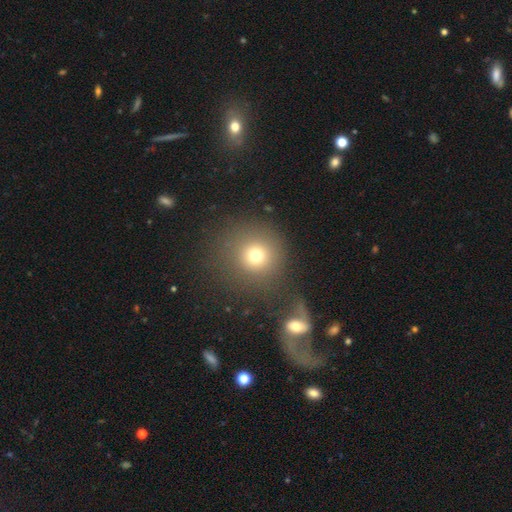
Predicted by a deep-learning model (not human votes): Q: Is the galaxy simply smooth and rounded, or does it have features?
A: smooth — 73%.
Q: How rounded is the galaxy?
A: round — 92%.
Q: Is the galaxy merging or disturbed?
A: none — 74%.